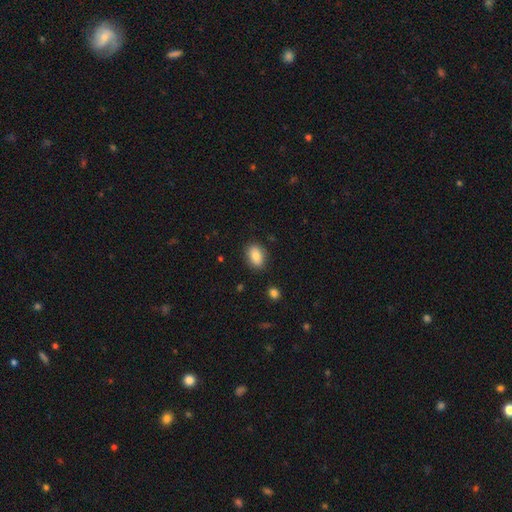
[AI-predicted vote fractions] The model was most divided on "how rounded": in between: 78%, round: 20%, cigar-shaped: 1%. More confident: merging — none (85%); smooth or featured — smooth (83%).